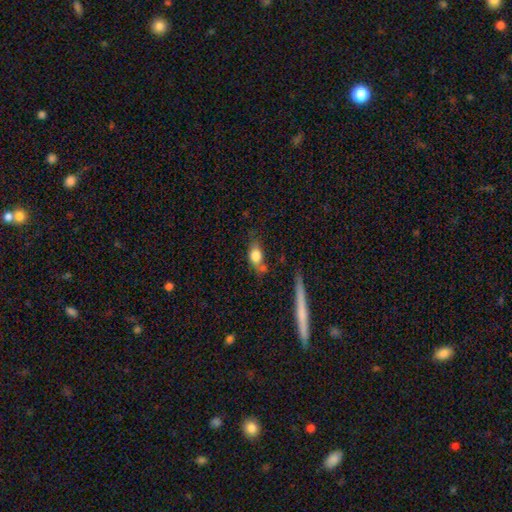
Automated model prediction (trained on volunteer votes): smooth_or_featured: smooth (p=0.71) [alt: featured or disk p=0.20]
how_rounded: in between (p=0.68) [alt: round p=0.18]
merging: none (p=0.49) [alt: minor disturbance p=0.25]